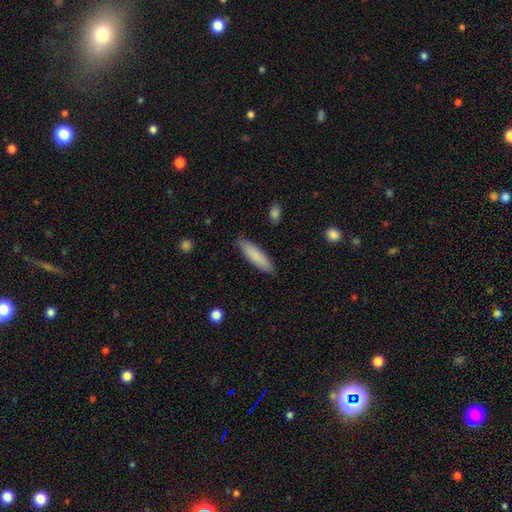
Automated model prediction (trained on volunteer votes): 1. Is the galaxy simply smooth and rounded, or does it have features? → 85% smooth, 10% featured or disk, 6% star or artifact.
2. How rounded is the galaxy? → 71% cigar-shaped, 27% in between, 1% round.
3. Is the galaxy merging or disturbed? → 89% none, 9% minor disturbance, 2% major disturbance, 1% merger.